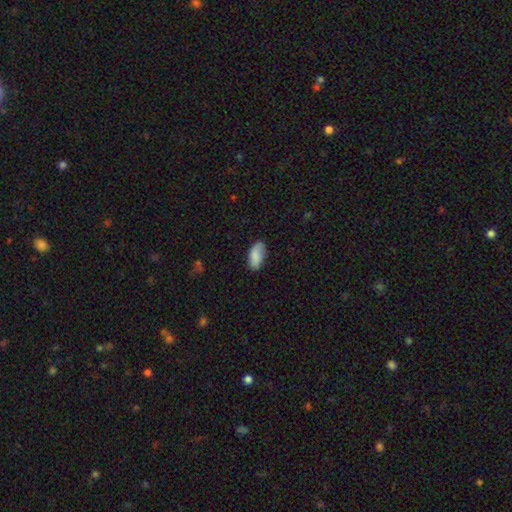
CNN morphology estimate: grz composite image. It shows a smooth galaxy with no disk features (86%) that is in between round and cigar-shaped (93%). Merging: none (77%).